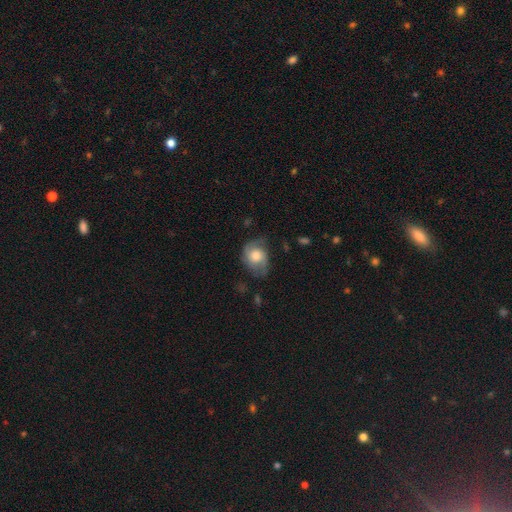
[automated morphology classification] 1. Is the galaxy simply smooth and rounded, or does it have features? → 52% featured or disk, 41% smooth, 7% star or artifact.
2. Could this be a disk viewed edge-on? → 96% no, 4% yes.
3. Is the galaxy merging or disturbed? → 58% none, 27% minor disturbance, 13% major disturbance, 1% merger.